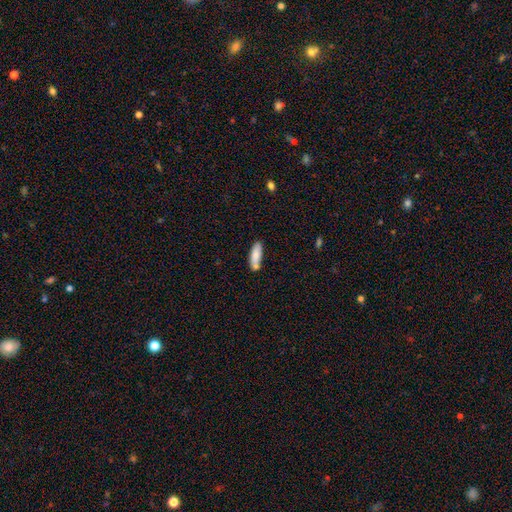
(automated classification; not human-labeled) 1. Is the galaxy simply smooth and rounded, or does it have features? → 82% smooth, 11% featured or disk, 6% star or artifact.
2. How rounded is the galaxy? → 51% in between, 47% cigar-shaped, 2% round.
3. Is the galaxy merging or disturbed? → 65% none, 17% minor disturbance, 15% merger, 3% major disturbance.